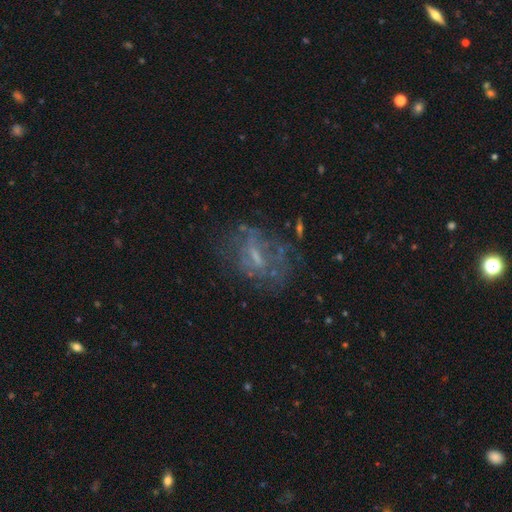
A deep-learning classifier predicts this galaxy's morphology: featured or disk 61%, smooth 24%, star or artifact 15%. Down the decision tree: edge-on disk — no (93%); bar — weak (44%); spiral arms — no (64%); bulge size — small (39%); merging — none (54%).